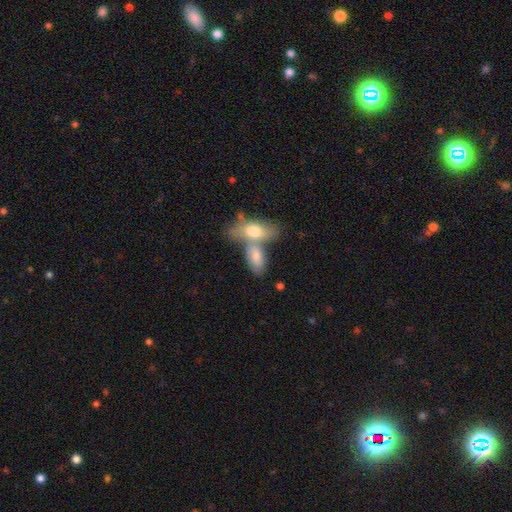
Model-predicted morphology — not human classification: The model was most divided on "merging": merger: 56%, none: 30%, minor disturbance: 10%, major disturbance: 4%. More confident: how rounded — in between (85%); smooth or featured — smooth (75%).